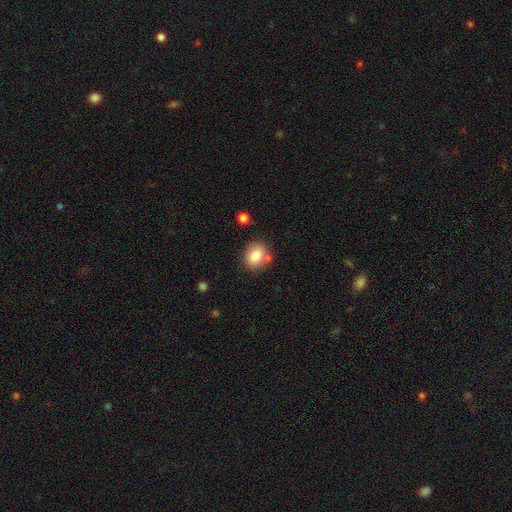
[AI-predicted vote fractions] The model was most divided on "how rounded": round: 51%, in between: 48%, cigar-shaped: 1%. More confident: smooth or featured — smooth (83%); merging — none (70%).